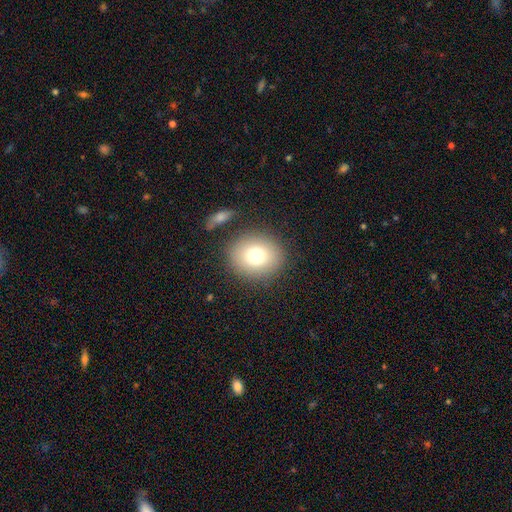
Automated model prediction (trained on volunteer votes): Smooth or featured?
  - smooth: 76% *
  - featured or disk: 13%
  - star or artifact: 10%
How rounded?
  - round: 76% *
  - in between: 23%
  - cigar-shaped: 1%
Merging?
  - none: 84% *
  - minor disturbance: 9%
  - merger: 4%
  - major disturbance: 3%